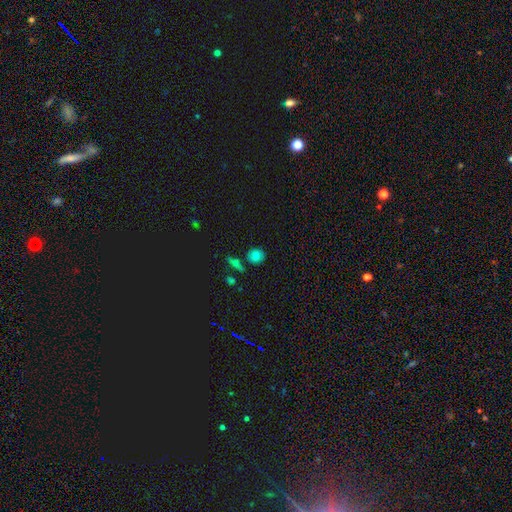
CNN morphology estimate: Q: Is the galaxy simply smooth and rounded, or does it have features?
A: smooth — 74%.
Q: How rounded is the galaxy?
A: round — 87%.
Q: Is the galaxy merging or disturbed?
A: none — 80%.